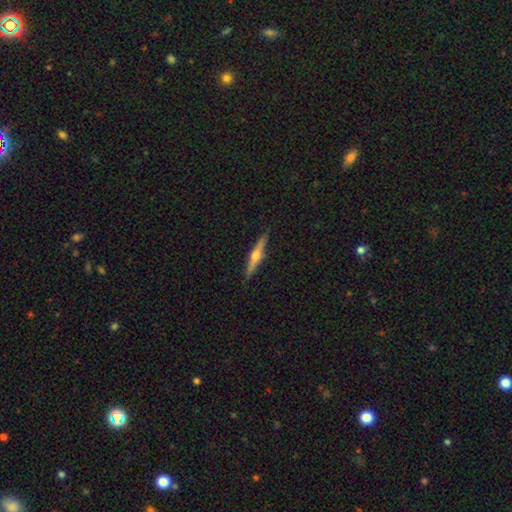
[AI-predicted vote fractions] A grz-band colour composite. It shows a featured or disk galaxy (68%) viewed edge-on (98%) with a rounded central bulge (91%). Merging: none (90%).